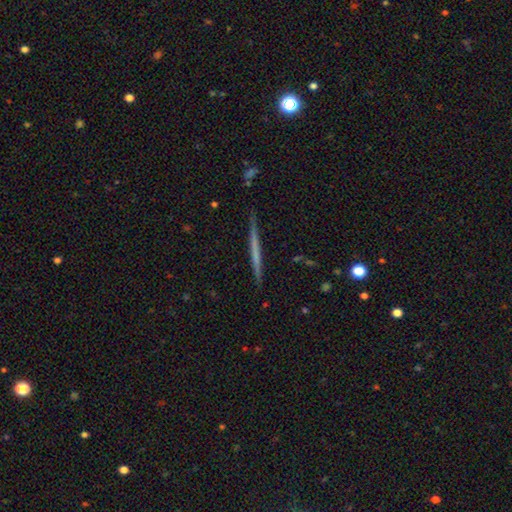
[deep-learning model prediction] Smooth or featured? featured or disk (53%)
Edge-on disk? yes (97%)
Edge-on bulge? none (90%)
Merging? none (89%)